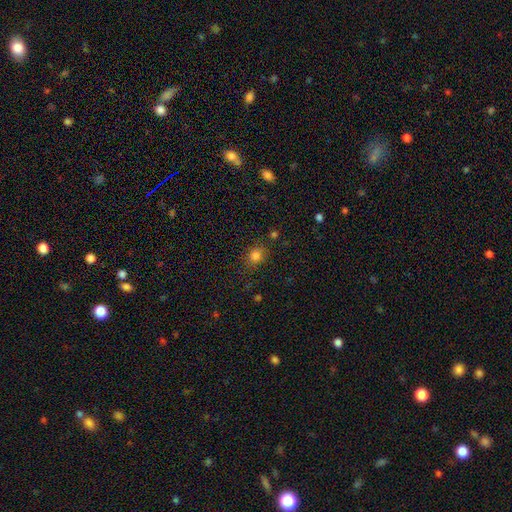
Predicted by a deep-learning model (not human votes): smooth-or-featured: smooth: 78% | star or artifact: 15% | featured or disk: 6%
  how-rounded: round: 67% | in between: 32% | cigar-shaped: 1%
  merging: none: 76% | minor disturbance: 16% | major disturbance: 5% | merger: 3%